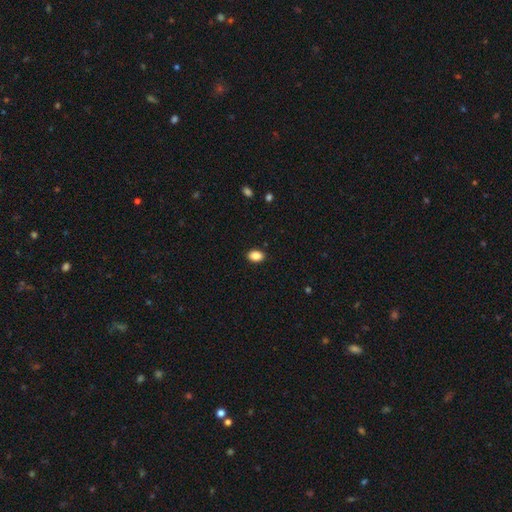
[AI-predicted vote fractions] A smooth galaxy with no disk features (88%) that is in between round and cigar-shaped (84%).

Vote fractions:
- Smooth or featured? smooth: 88% / star or artifact: 9% / featured or disk: 3%
- How rounded? in between: 84% / round: 15% / cigar-shaped: 1%
- Merging? none: 90% / minor disturbance: 7% / major disturbance: 2% / merger: 1%